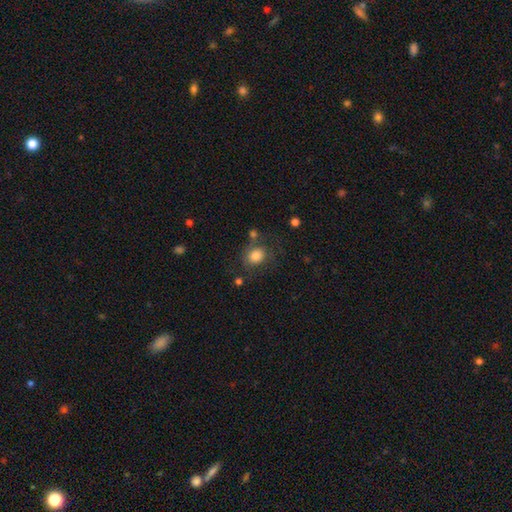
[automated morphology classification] type=smooth (81%); roundness=round (60%); merging=none (63%).